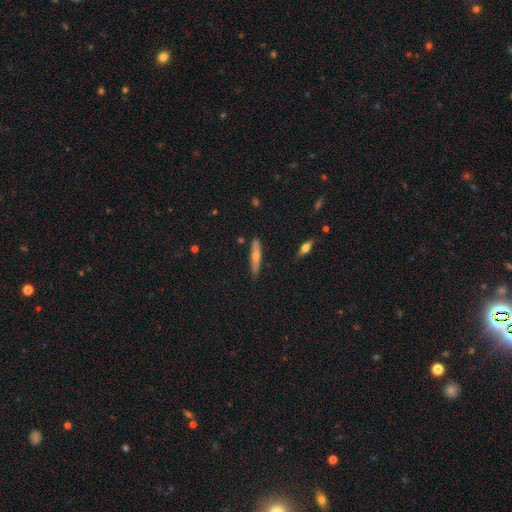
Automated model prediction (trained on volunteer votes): smooth_or_featured: featured or disk (p=0.51) [alt: smooth p=0.39]
disk_edge_on: yes (p=0.90) [alt: no p=0.10]
merging: none (p=0.87) [alt: minor disturbance p=0.09]